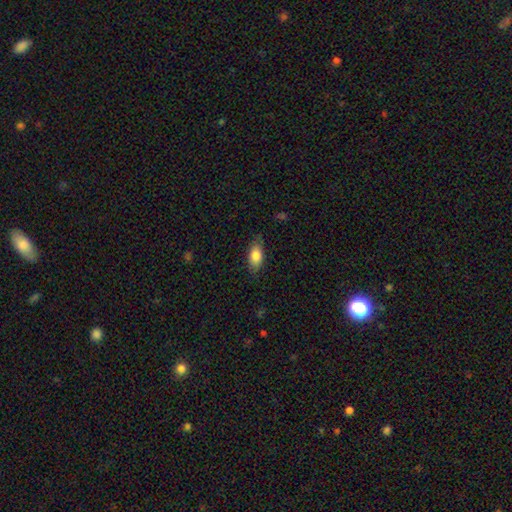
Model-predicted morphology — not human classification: The model was most divided on "merging": none: 79%, minor disturbance: 17%, major disturbance: 4%, merger: 1%. More confident: how rounded — in between (88%); smooth or featured — smooth (82%).